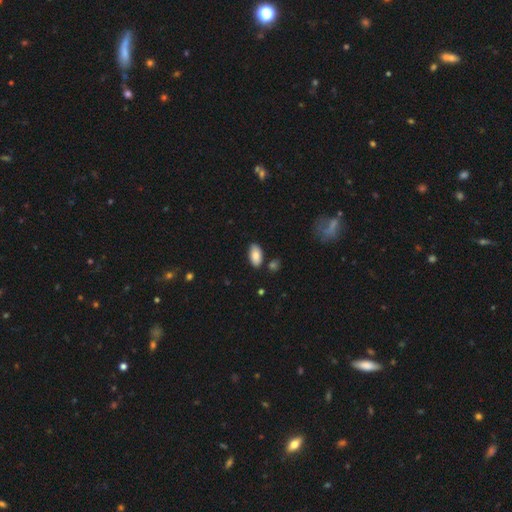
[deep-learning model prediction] Q: Smooth or featured?
A: smooth (84%); runner-up: featured or disk (9%)
Q: How rounded?
A: in between (94%); runner-up: cigar-shaped (3%)
Q: Merging?
A: none (82%); runner-up: minor disturbance (12%)